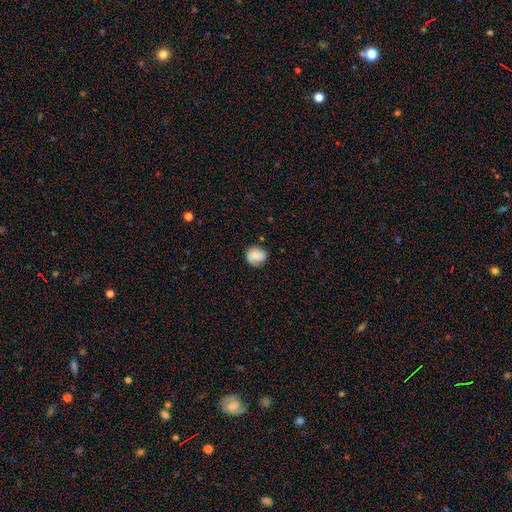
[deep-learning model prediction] smooth-or-featured: smooth: 76% | featured or disk: 16% | star or artifact: 9%
  how-rounded: round: 76% | in between: 23% | cigar-shaped: 1%
  merging: none: 73% | minor disturbance: 20% | major disturbance: 5% | merger: 2%